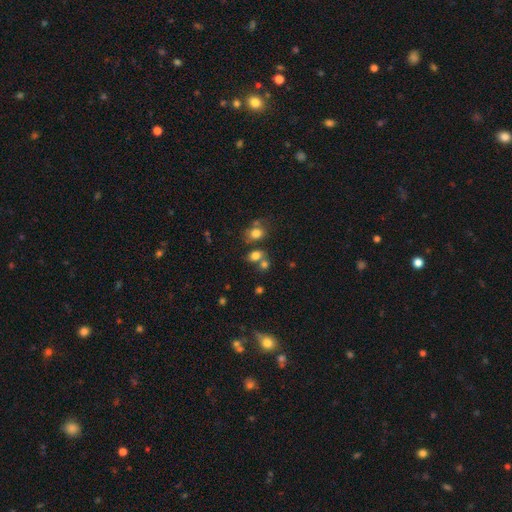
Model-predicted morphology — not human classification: type=smooth (75%); roundness=in between (60%); merging=none (49%).